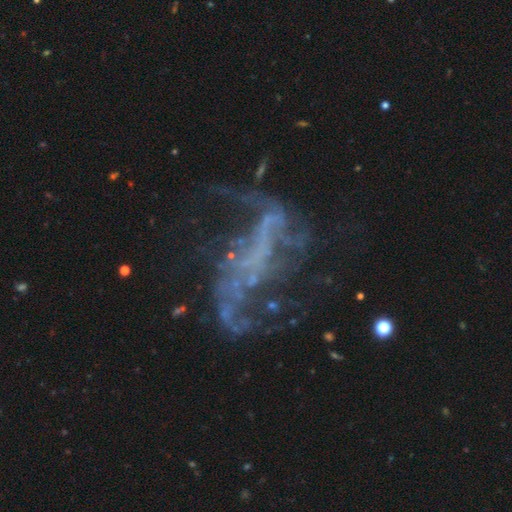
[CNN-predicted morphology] Smooth or featured?
  - featured or disk: 68% *
  - star or artifact: 22%
  - smooth: 10%
Edge-on disk?
  - no: 92% *
  - yes: 8%
Bar?
  - no: 56% *
  - strong: 24%
  - weak: 21%
Spiral arms?
  - yes: 52% *
  - no: 48%
Bulge size?
  - none: 83% *
  - small: 10%
  - moderate: 4%
  - large: 2%
  - dominant: 1%
Merging?
  - major disturbance: 41% *
  - none: 37%
  - minor disturbance: 15%
  - merger: 7%